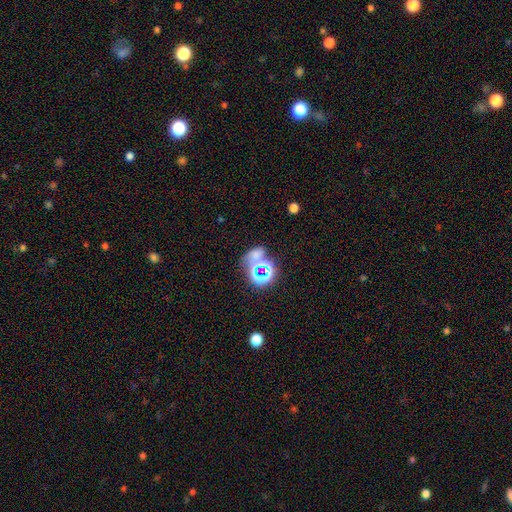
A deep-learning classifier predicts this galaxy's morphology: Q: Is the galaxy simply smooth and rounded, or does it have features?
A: star or artifact — 47%.